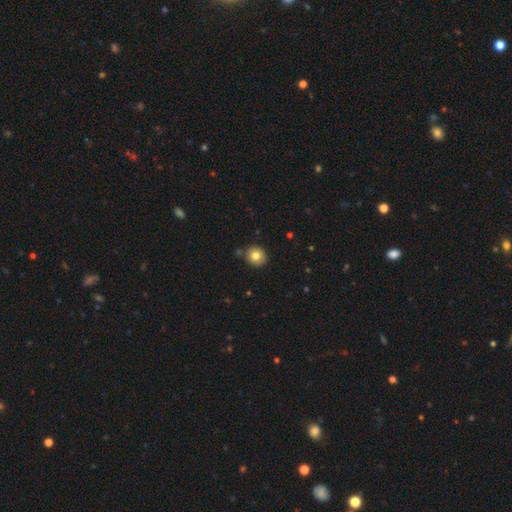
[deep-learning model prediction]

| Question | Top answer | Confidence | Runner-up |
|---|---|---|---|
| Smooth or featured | smooth | 79% | star or artifact (11%) |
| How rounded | round | 87% | in between (12%) |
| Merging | none | 85% | minor disturbance (9%) |